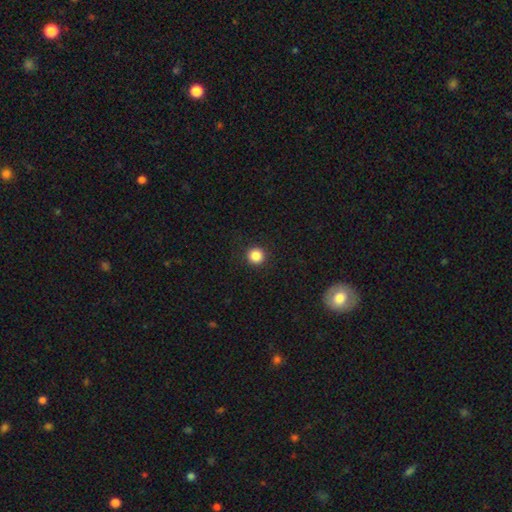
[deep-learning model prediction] This appears to be a smooth galaxy with no disk features (86%) that is round (96%). Merging: none (93%).